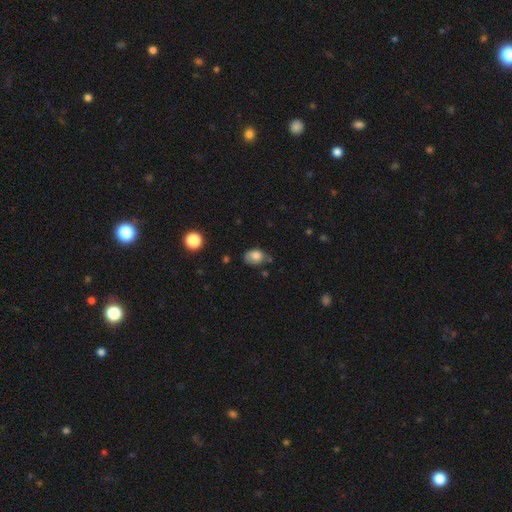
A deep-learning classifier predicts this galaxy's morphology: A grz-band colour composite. It shows a smooth galaxy with no disk features (79%) that is in between round and cigar-shaped (74%). Merging: none (51%).